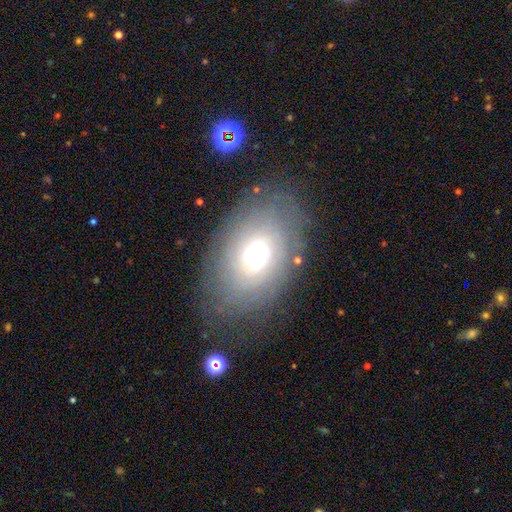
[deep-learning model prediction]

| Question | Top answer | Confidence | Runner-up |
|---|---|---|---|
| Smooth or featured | featured or disk | 51% | smooth (38%) |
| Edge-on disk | no | 93% | yes (7%) |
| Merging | none | 74% | minor disturbance (16%) |